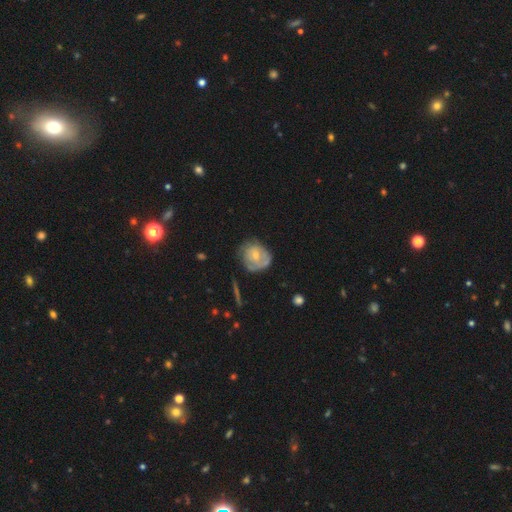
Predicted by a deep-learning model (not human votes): A featured or disk galaxy (50%).

Vote fractions:
- Smooth or featured? featured or disk: 50% / smooth: 43% / star or artifact: 7%
- Edge-on disk? no: 96% / yes: 4%
- Merging? none: 56% / minor disturbance: 29% / major disturbance: 13% / merger: 3%